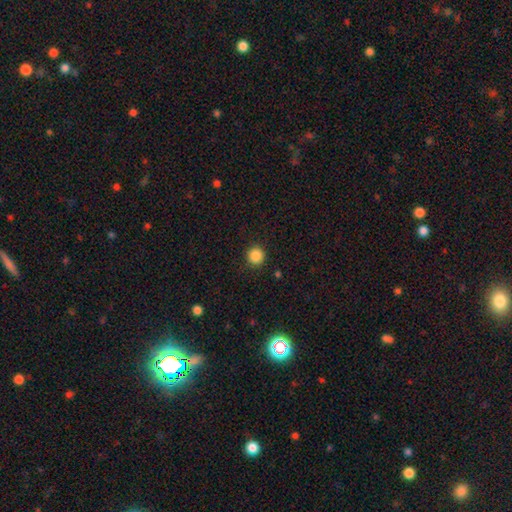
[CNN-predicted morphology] A smooth galaxy with no disk features (87%) that is round (94%). Merging: none (91%).